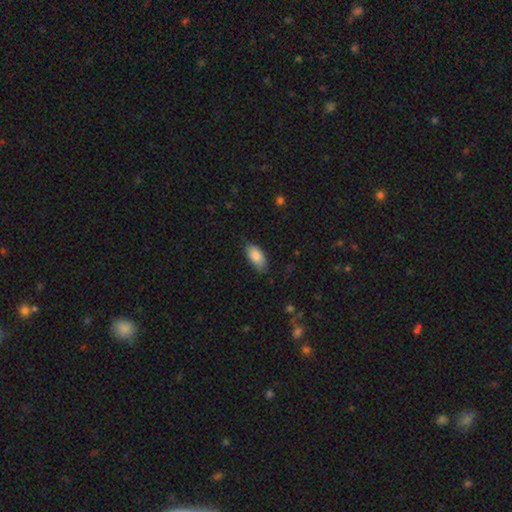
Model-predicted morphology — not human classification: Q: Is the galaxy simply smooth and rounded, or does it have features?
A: smooth — 86%.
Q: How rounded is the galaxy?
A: in between — 91%.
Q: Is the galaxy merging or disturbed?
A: none — 74%.